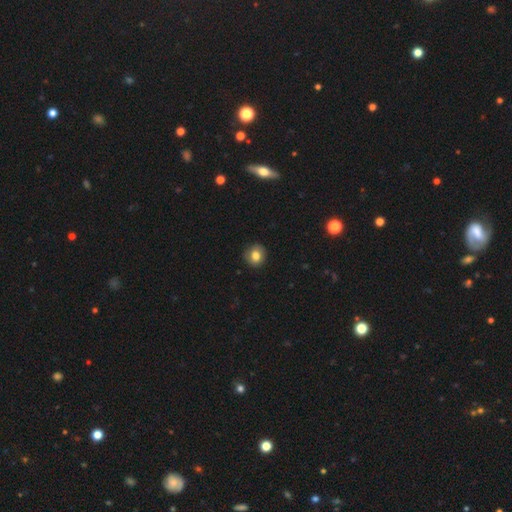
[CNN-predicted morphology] smooth-or-featured: smooth: 81% | featured or disk: 10% | star or artifact: 9%
  how-rounded: round: 85% | in between: 14% | cigar-shaped: 1%
  merging: none: 86% | minor disturbance: 11% | major disturbance: 2% | merger: 1%